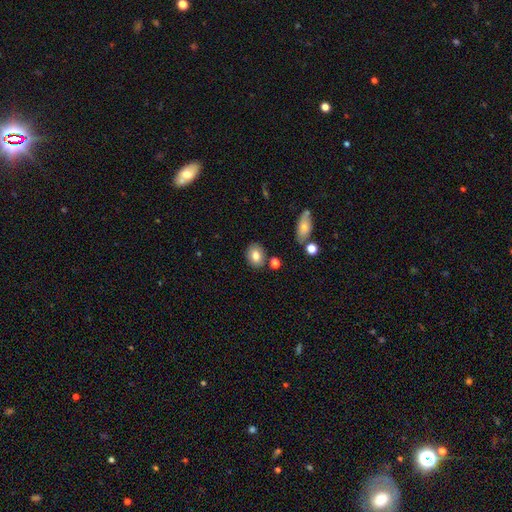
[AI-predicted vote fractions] A smooth galaxy with no disk features (80%) that is in between round and cigar-shaped (57%). Merging: none (82%).